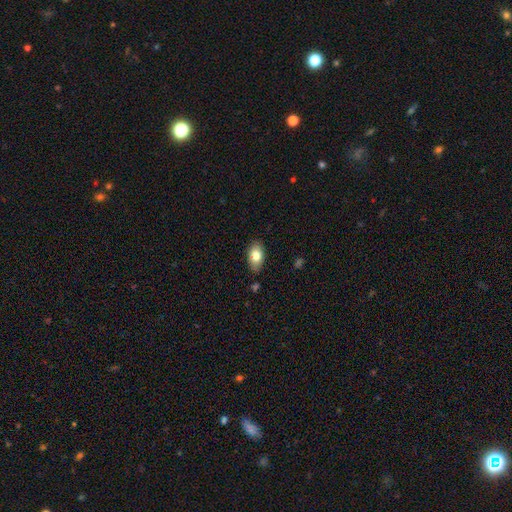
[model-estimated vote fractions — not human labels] The model was most divided on "smooth or featured": smooth: 76%, featured or disk: 17%, star or artifact: 7%. More confident: how rounded — in between (91%); merging — none (83%).